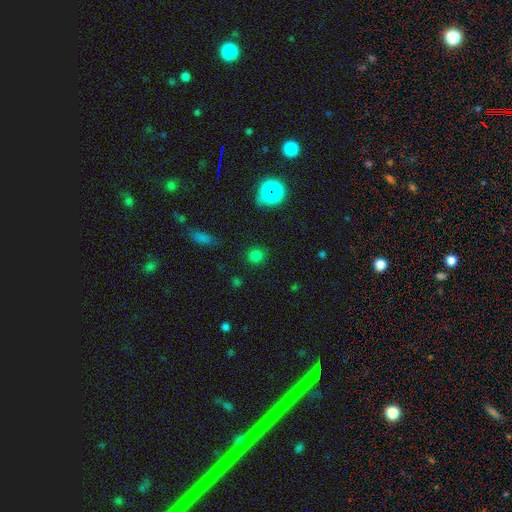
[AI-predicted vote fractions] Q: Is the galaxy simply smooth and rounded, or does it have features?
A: smooth — 77%.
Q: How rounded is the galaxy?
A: round — 86%.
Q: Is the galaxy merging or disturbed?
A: none — 86%.